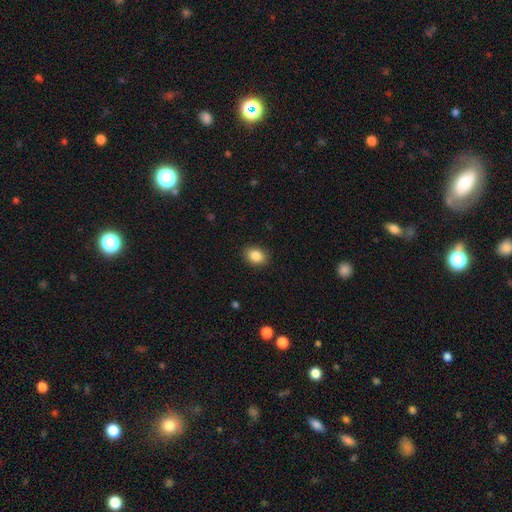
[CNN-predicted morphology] Smooth or featured: smooth — 86% (star or artifact — 9%)
How rounded: in between — 70% (round — 29%)
Merging: none — 89% (minor disturbance — 8%)